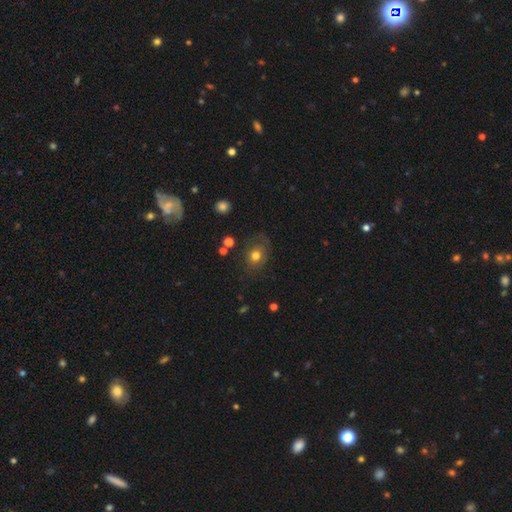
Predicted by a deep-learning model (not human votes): Smooth or featured? smooth (70%)
How rounded? round (58%)
Merging? none (66%)